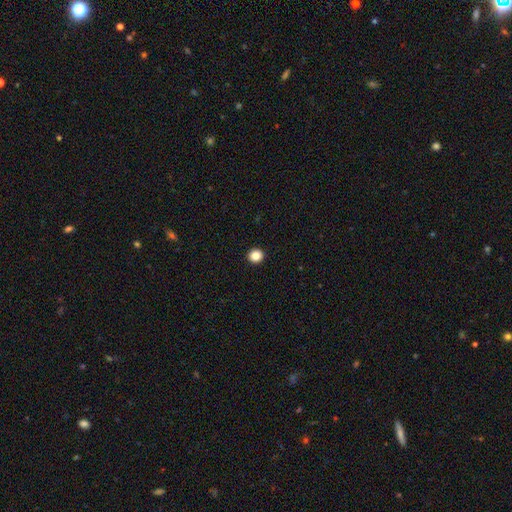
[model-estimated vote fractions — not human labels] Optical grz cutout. It shows a smooth galaxy with no disk features (85%) that is round (88%). Merging: none (94%).